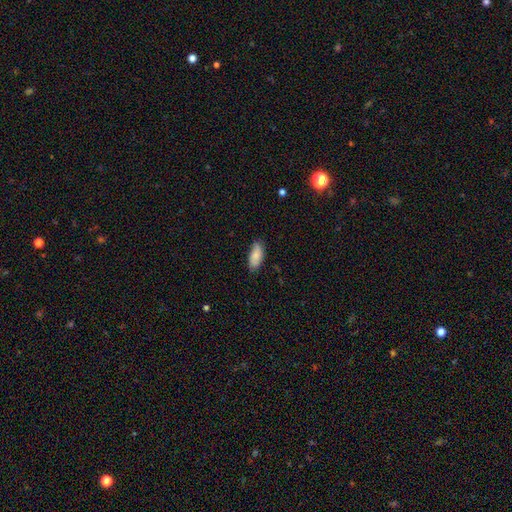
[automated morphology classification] Smooth or featured? smooth (79%)
How rounded? in between (85%)
Merging? none (77%)